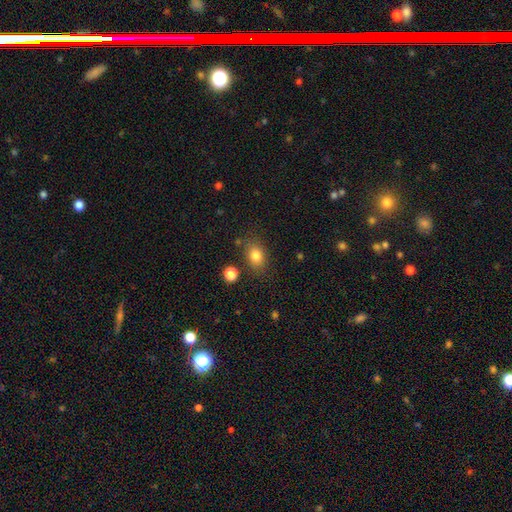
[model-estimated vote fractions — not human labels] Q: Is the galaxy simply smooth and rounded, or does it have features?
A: smooth — 82%.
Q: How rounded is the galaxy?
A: in between — 69%.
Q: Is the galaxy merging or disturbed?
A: none — 79%.